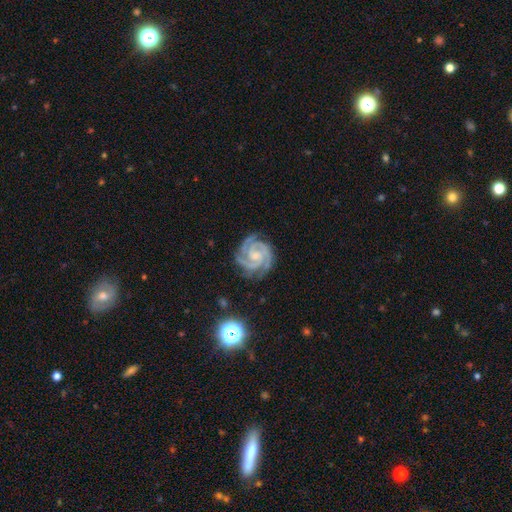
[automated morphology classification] Overall: featured or disk (93%). Edge-on disk: no (98%). Bar: no (59%; weak 30%). Spiral arms: yes (99%). Spiral arm count: 3 (52%; 2 25%). Spiral winding: tight (75%). Bulge size: small (59%; moderate 28%). Merging: none (77%).